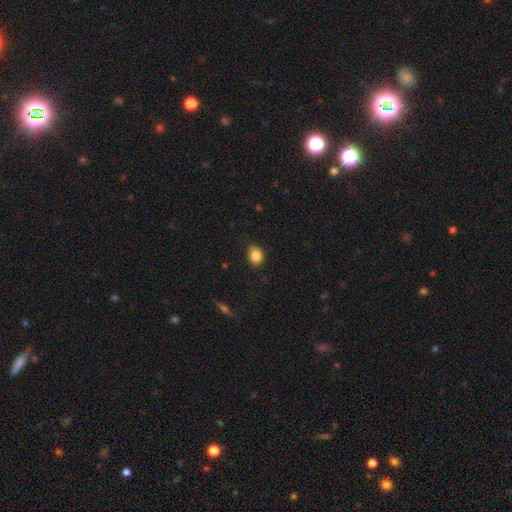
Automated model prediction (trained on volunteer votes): This is clearly a smooth galaxy (85%). How rounded: possibly in between (58%). Merging: likely none (72%).